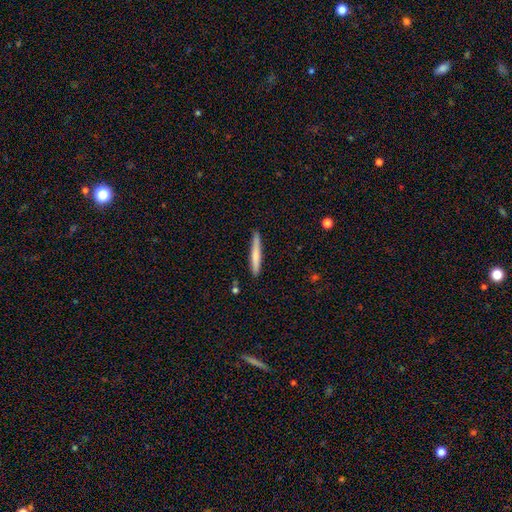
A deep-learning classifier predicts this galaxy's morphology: smooth-or-featured: smooth: 68% | featured or disk: 26% | star or artifact: 5%
  how-rounded: cigar-shaped: 95% | in between: 3% | round: 1%
  merging: none: 86% | minor disturbance: 10% | major disturbance: 2% | merger: 2%